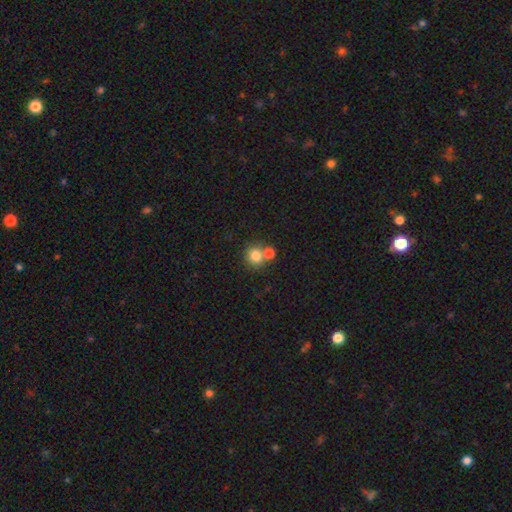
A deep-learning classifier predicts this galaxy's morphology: smooth-or-featured: smooth: 81% | star or artifact: 11% | featured or disk: 9%
  how-rounded: round: 87% | in between: 12% | cigar-shaped: 1%
  merging: none: 52% | merger: 37% | minor disturbance: 7% | major disturbance: 3%